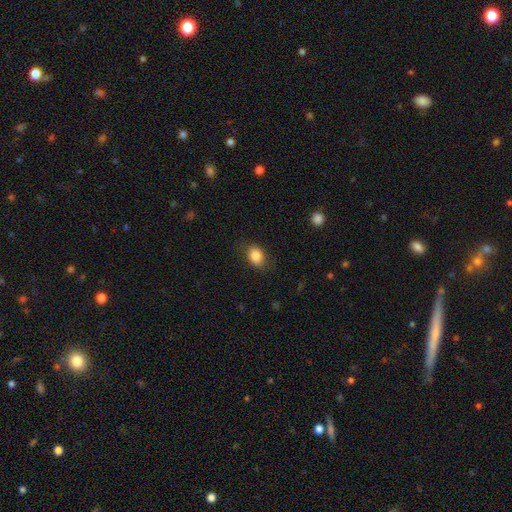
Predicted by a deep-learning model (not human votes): The model was most divided on "how rounded": in between: 71%, round: 28%, cigar-shaped: 1%. More confident: smooth or featured — smooth (85%); merging — none (79%).